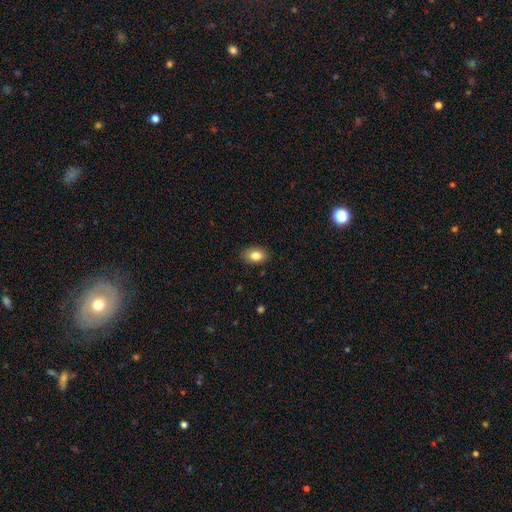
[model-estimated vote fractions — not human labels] A smooth galaxy with no disk features (83%) that is in between round and cigar-shaped (86%). Merging: none (87%).